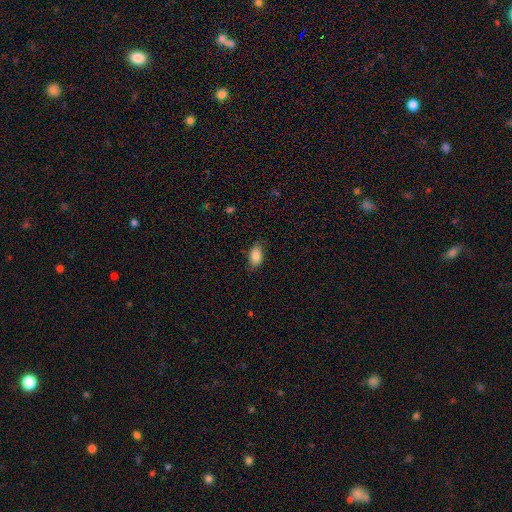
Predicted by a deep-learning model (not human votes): Smooth or featured? Predicted: smooth (p=0.85). How rounded? Predicted: in between (p=0.91). Merging? Predicted: none (p=0.77).